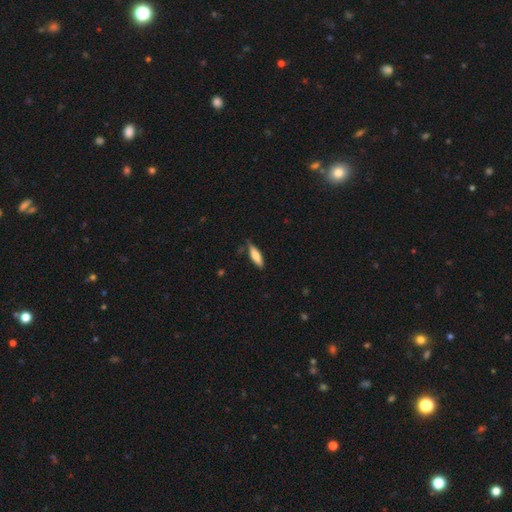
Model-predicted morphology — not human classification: smooth 77%, featured or disk 17%, star or artifact 6%. Down the decision tree: how rounded — cigar-shaped (57%); merging — none (76%).